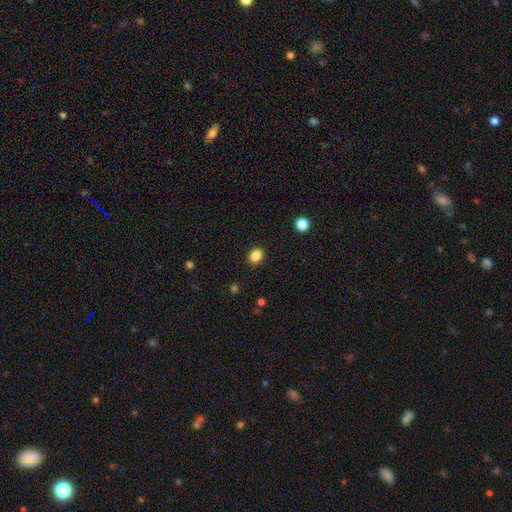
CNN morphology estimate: A smooth galaxy with no disk features (86%) that is in between round and cigar-shaped (58%). Merging: none (89%).